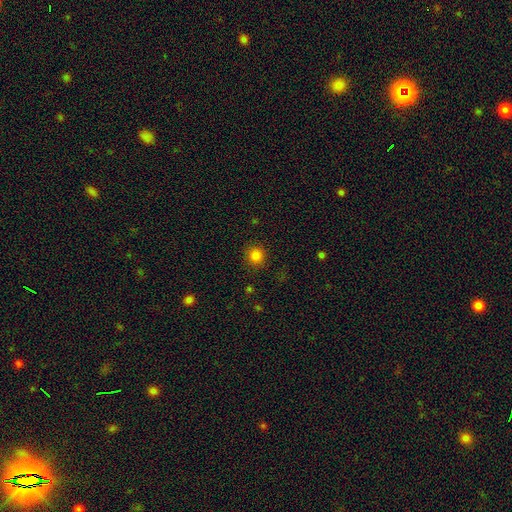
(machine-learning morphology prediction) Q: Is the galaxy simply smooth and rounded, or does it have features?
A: smooth — 82%.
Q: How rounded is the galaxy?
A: round — 91%.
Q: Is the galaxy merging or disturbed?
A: none — 89%.